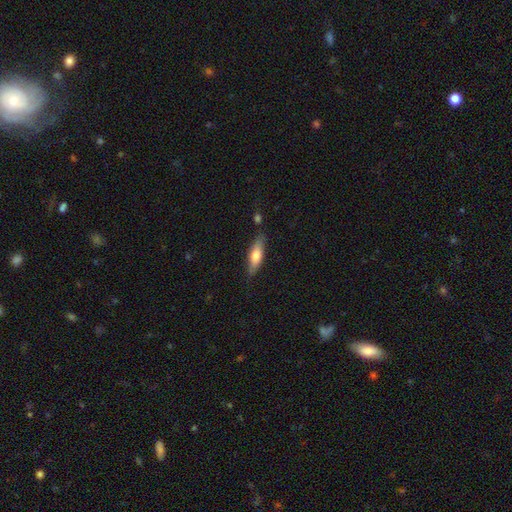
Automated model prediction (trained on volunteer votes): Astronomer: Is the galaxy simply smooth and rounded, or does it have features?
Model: smooth — 64%.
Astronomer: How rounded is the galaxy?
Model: cigar-shaped — 54% (runner-up: in between, 43%).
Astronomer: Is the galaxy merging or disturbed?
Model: none — 78%.